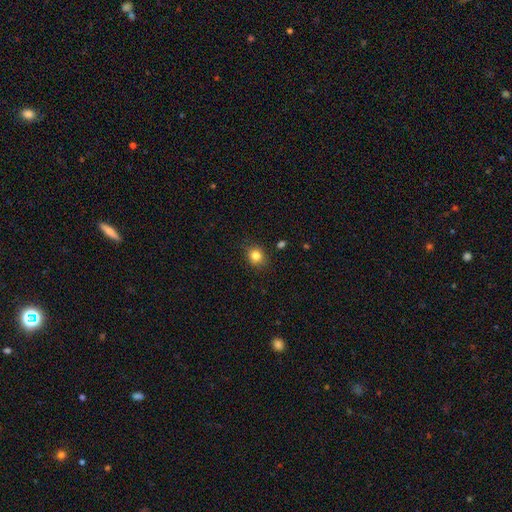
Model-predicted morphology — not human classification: Smooth or featured? smooth (82%)
How rounded? round (74%)
Merging? none (87%)